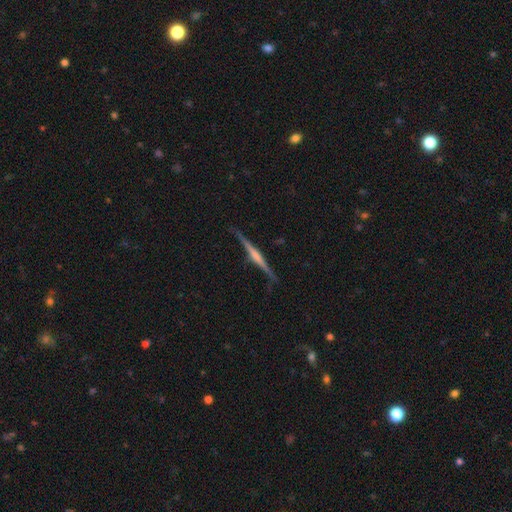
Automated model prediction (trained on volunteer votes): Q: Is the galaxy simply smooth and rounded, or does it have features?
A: featured or disk — 78%.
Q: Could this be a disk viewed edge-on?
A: yes — 98%.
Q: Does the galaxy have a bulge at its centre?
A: rounded — 55%.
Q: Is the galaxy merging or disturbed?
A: none — 88%.